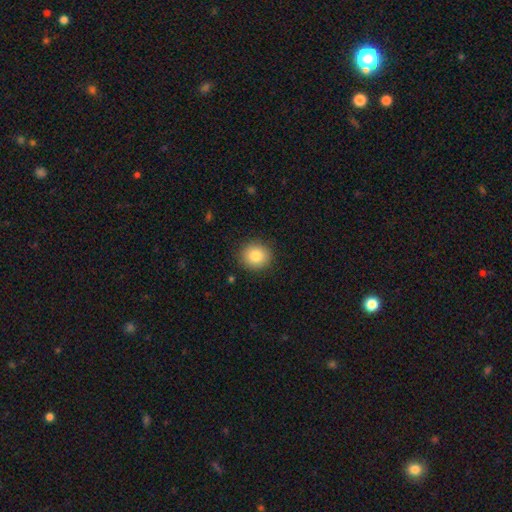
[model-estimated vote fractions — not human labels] Smooth or featured? Predicted: smooth (p=0.84). How rounded? Predicted: round (p=0.83). Merging? Predicted: none (p=0.90).